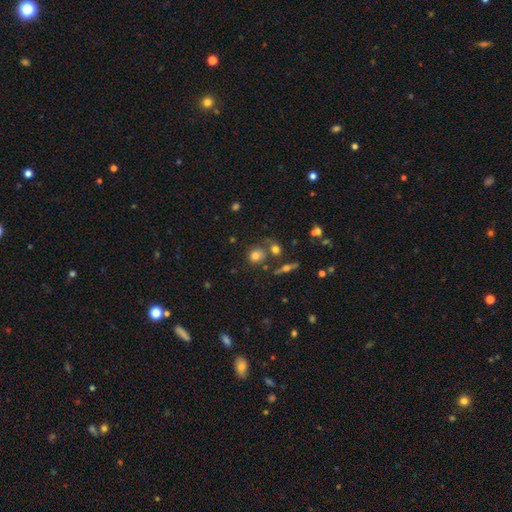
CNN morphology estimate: Smooth or featured? Predicted: smooth (p=0.73). How rounded? Predicted: round (p=0.82). Merging? Predicted: none (p=0.68).